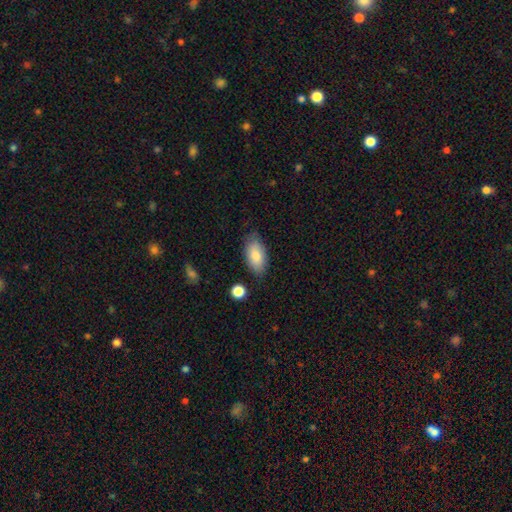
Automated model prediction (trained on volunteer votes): Q: Smooth or featured?
A: smooth (85%); runner-up: featured or disk (9%)
Q: How rounded?
A: in between (92%); runner-up: cigar-shaped (5%)
Q: Merging?
A: none (78%); runner-up: minor disturbance (16%)